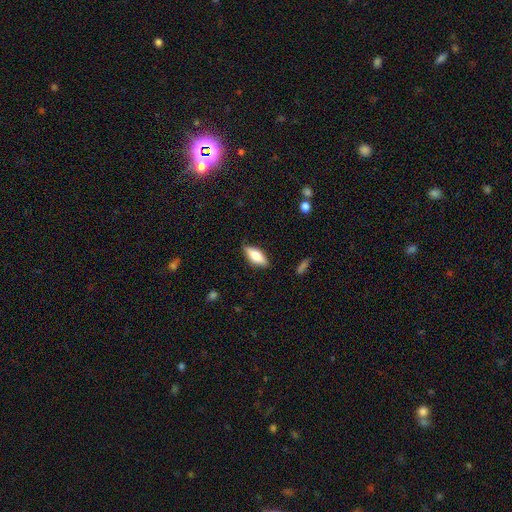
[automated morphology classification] Smooth or featured?
  - smooth: 65% *
  - featured or disk: 28%
  - star or artifact: 7%
How rounded?
  - in between: 70% *
  - cigar-shaped: 27%
  - round: 3%
Merging?
  - none: 84% *
  - minor disturbance: 12%
  - major disturbance: 3%
  - merger: 1%